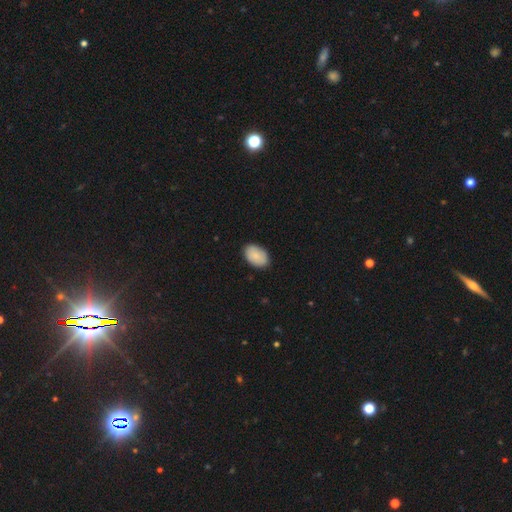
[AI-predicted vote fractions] A smooth galaxy with no disk features (88%) that is in between round and cigar-shaped (91%). Merging: none (88%).